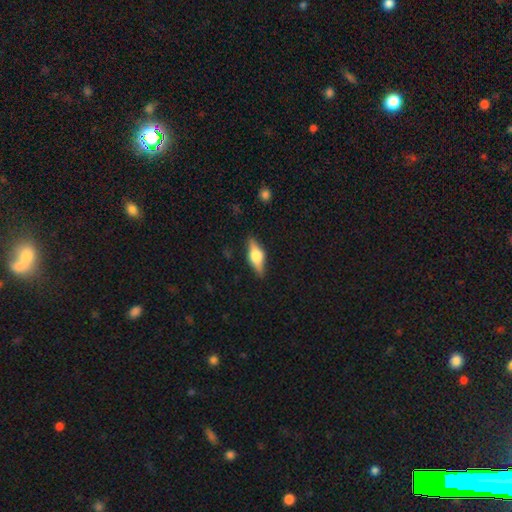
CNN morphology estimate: Overall: featured or disk (52%; smooth 41%). Edge-on disk: yes (93%). Merging: none (86%).